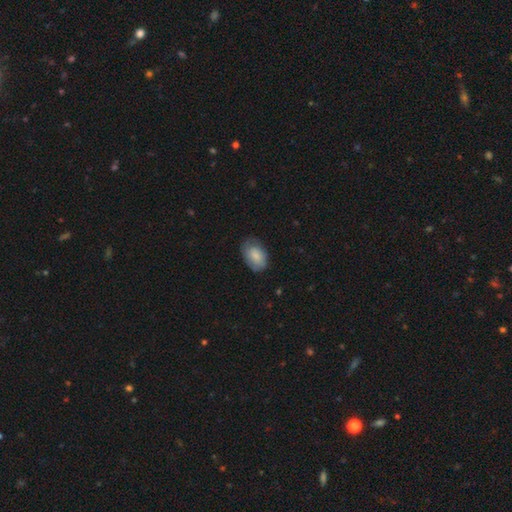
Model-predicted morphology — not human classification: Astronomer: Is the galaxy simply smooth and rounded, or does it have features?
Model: smooth — 75%.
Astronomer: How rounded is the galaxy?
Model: in between — 87%.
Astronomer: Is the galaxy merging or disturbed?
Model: none — 68%.